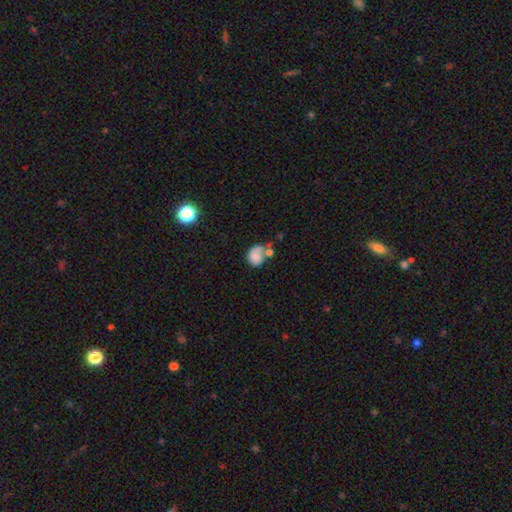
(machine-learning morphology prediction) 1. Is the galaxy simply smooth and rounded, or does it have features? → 70% smooth, 20% featured or disk, 10% star or artifact.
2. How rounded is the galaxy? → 58% round, 41% in between, 1% cigar-shaped.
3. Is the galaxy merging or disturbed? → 35% merger, 28% none, 21% minor disturbance, 16% major disturbance.